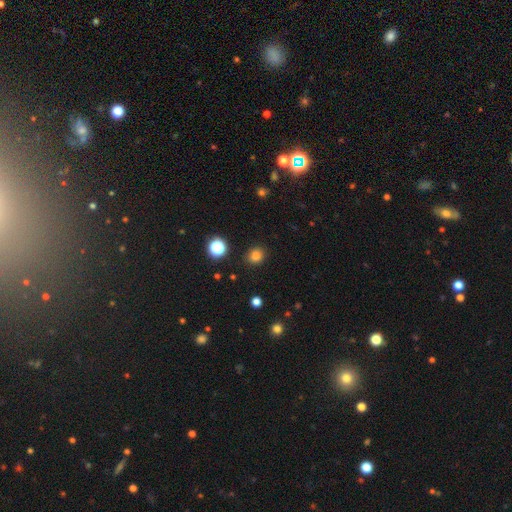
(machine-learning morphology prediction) smooth 81%, star or artifact 15%, featured or disk 4%. Down the decision tree: how rounded — round (84%); merging — none (89%).